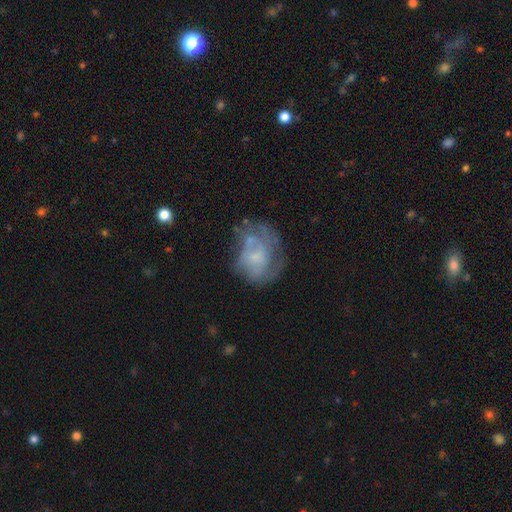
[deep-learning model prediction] Smooth or featured: featured or disk — 59% (smooth — 32%)
Edge-on disk: no — 97% (yes — 3%)
Bar: no — 74% (weak — 22%)
Spiral arms: yes — 55% (no — 45%)
Bulge size: small — 41% (none — 34%)
Merging: none — 42% (major disturbance — 27%)